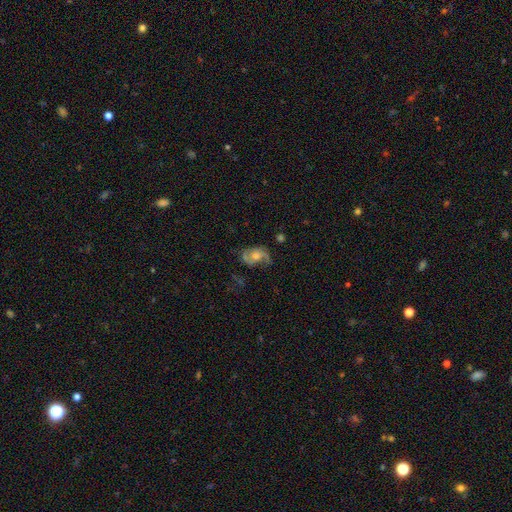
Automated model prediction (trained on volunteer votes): Smooth or featured? Predicted: featured or disk (p=0.74). Edge-on disk? Predicted: no (p=0.96). Bar? Predicted: no (p=0.68). Spiral arms? Predicted: yes (p=0.90). Spiral winding? Predicted: medium (p=0.48). Spiral arm count? Predicted: 2 (p=0.81). Bulge size? Predicted: moderate (p=0.61). Merging? Predicted: none (p=0.64).